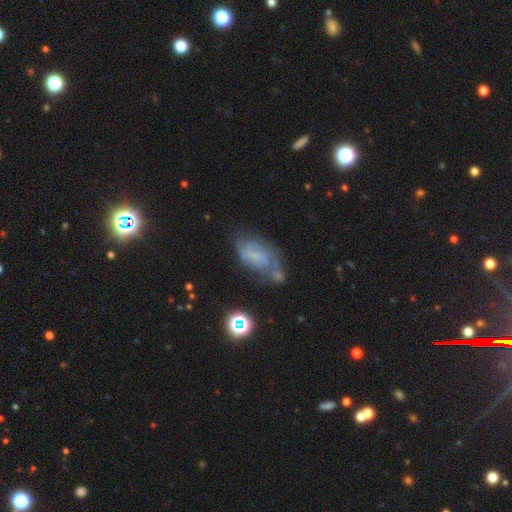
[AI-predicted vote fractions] A featured or disk galaxy (53%) with no bar (51%), spiral arms (72%) and a small central bulge (42%).

Vote fractions:
- Smooth or featured? featured or disk: 53% / smooth: 32% / star or artifact: 15%
- Edge-on disk? no: 95% / yes: 5%
- Bar? no: 51% / weak: 39% / strong: 10%
- Spiral arms? yes: 72% / no: 28%
- Bulge size? small: 42% / none: 41% / moderate: 14% / large: 3% / dominant: 1%
- Merging? none: 38% / minor disturbance: 26% / major disturbance: 20% / merger: 16%